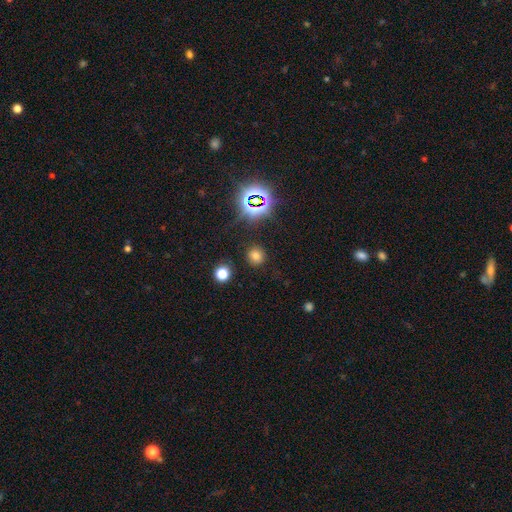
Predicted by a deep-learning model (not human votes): Smooth or featured?
  - smooth: 70% *
  - star or artifact: 23%
  - featured or disk: 7%
How rounded?
  - round: 89% *
  - in between: 10%
  - cigar-shaped: 1%
Merging?
  - none: 87% *
  - minor disturbance: 7%
  - major disturbance: 3%
  - merger: 2%